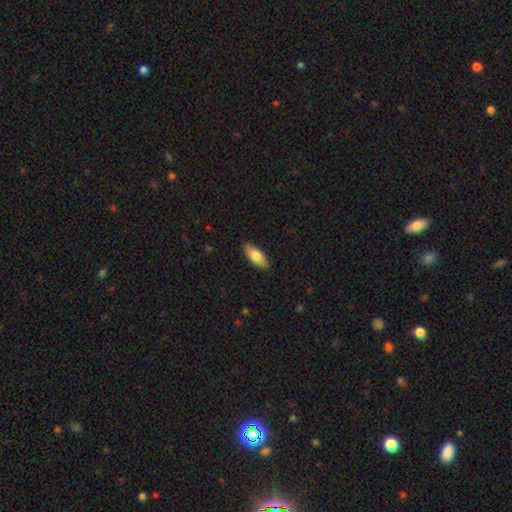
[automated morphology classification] Overall: smooth (78%). How rounded: in between (84%). Merging: none (89%).